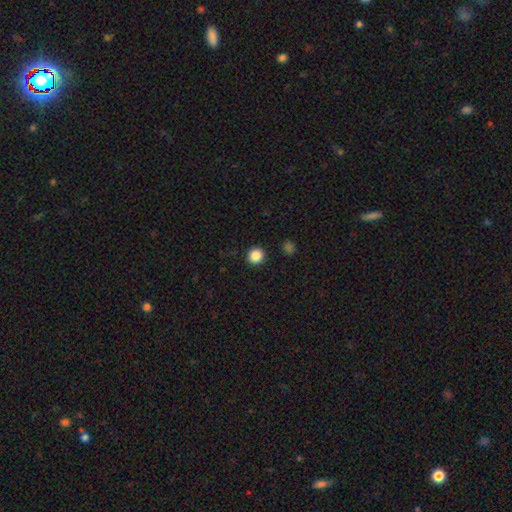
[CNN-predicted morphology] Smooth or featured? Predicted: smooth (p=0.87). How rounded? Predicted: round (p=0.94). Merging? Predicted: none (p=0.93).